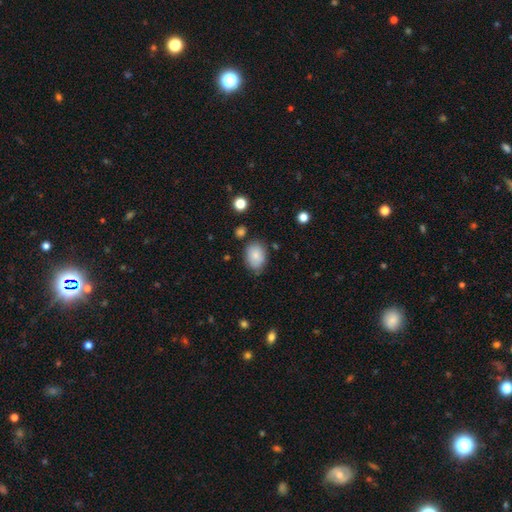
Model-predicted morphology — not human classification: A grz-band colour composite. It shows a smooth galaxy with no disk features (83%) that is in between round and cigar-shaped (74%). Merging: none (72%).